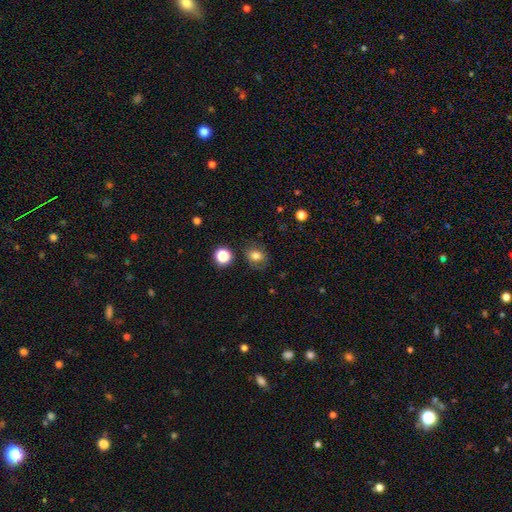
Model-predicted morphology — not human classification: Smooth or featured?
  - smooth: 76% *
  - star or artifact: 12%
  - featured or disk: 12%
How rounded?
  - in between: 56% *
  - round: 43%
  - cigar-shaped: 1%
Merging?
  - none: 74% *
  - minor disturbance: 17%
  - major disturbance: 6%
  - merger: 3%